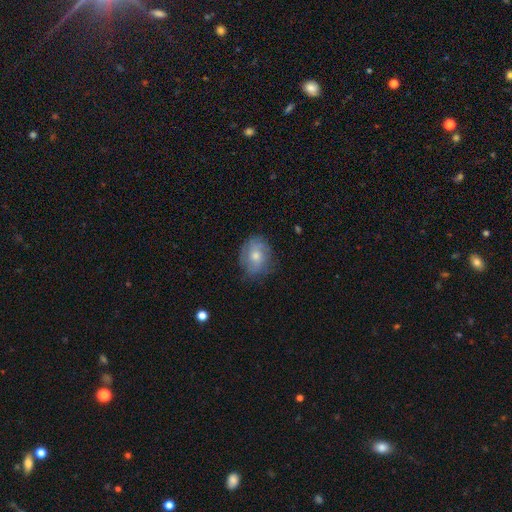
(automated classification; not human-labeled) Smooth or featured: smooth — 49% (featured or disk — 40%)
Merging: none — 74% (minor disturbance — 20%)